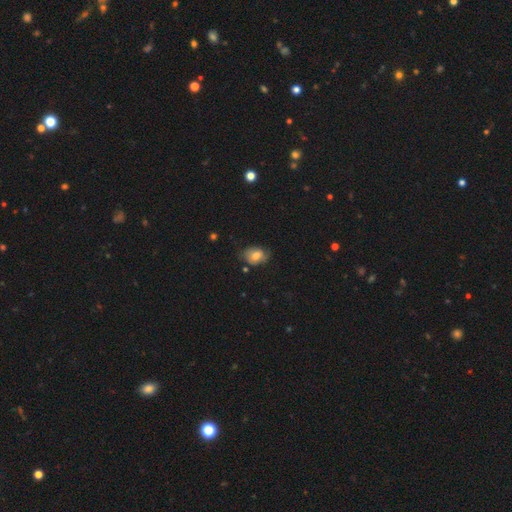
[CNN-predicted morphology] Q: Smooth or featured?
A: smooth (72%); runner-up: featured or disk (19%)
Q: How rounded?
A: in between (79%); runner-up: round (20%)
Q: Merging?
A: none (62%); runner-up: minor disturbance (28%)